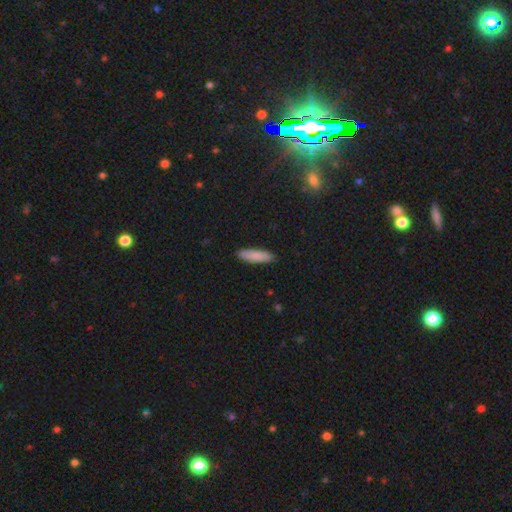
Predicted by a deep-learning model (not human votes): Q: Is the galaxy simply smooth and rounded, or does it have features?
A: smooth — 87%.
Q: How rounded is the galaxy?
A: cigar-shaped — 60%.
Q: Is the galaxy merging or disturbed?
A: none — 89%.